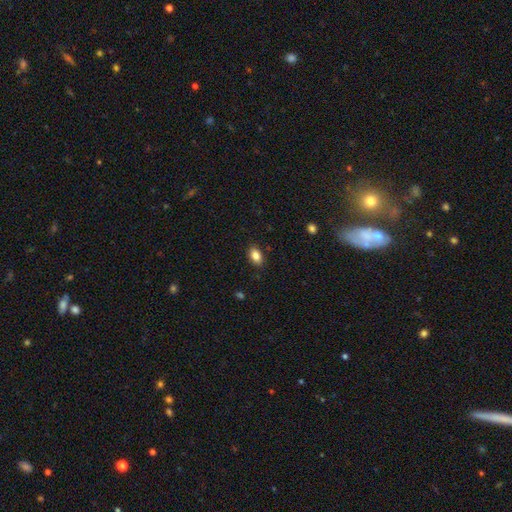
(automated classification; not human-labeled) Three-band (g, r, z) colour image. It shows a smooth galaxy with no disk features (85%) that is in between round and cigar-shaped (86%). Merging: none (87%).